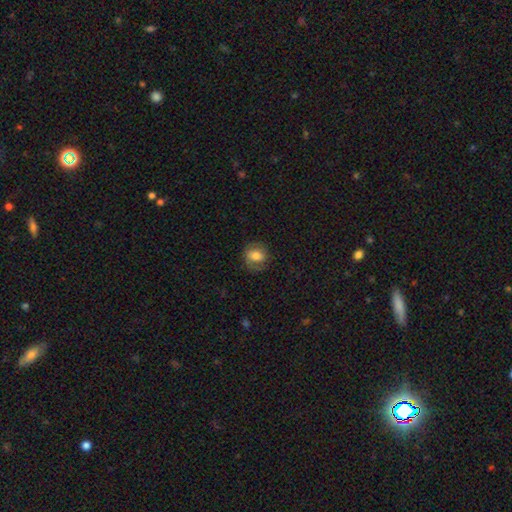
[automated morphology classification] Q: Smooth or featured?
A: smooth (68%); runner-up: featured or disk (23%)
Q: How rounded?
A: round (64%); runner-up: in between (35%)
Q: Merging?
A: none (72%); runner-up: minor disturbance (18%)